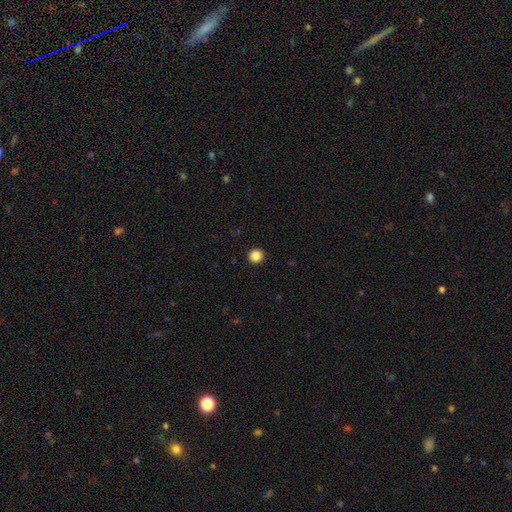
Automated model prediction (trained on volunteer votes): This is clearly a smooth galaxy (86%). How rounded: clearly round (95%). Merging: clearly none (94%).